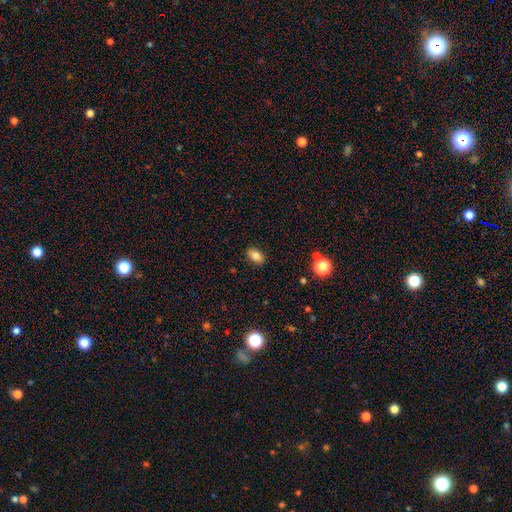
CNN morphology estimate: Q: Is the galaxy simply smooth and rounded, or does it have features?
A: smooth — 82%.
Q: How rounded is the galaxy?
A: in between — 86%.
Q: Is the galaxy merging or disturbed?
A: none — 87%.